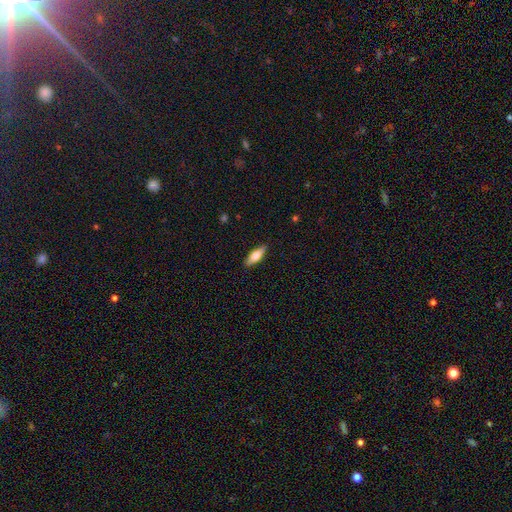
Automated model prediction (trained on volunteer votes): smooth_or_featured: smooth (p=0.64) [alt: featured or disk p=0.30]
how_rounded: in between (p=0.54) [alt: cigar-shaped p=0.43]
merging: none (p=0.88) [alt: minor disturbance p=0.09]